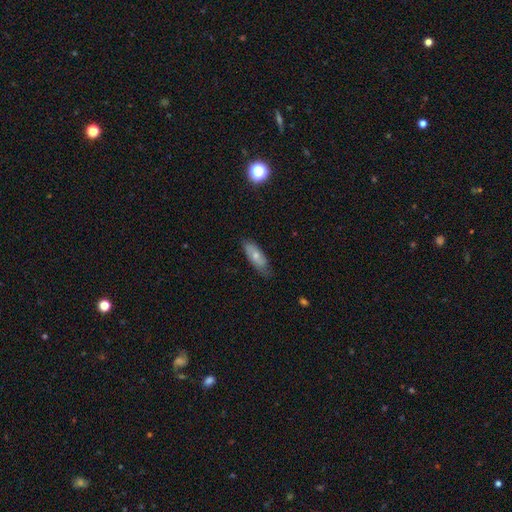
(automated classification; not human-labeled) smooth_or_featured: smooth (p=0.63) [alt: featured or disk p=0.31]
how_rounded: in between (p=0.72) [alt: cigar-shaped p=0.26]
merging: none (p=0.71) [alt: minor disturbance p=0.24]